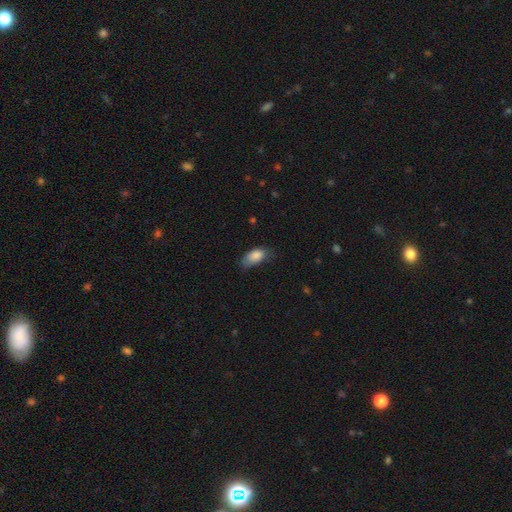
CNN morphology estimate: A smooth galaxy with no disk features (85%) that is in between round and cigar-shaped (90%). Merging: none (48%).